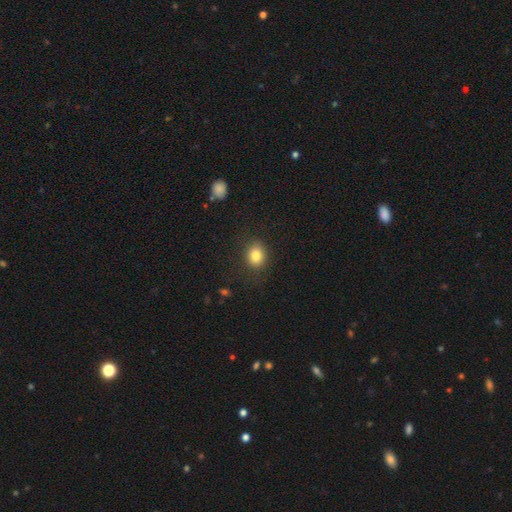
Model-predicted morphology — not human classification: smooth 83%, star or artifact 10%, featured or disk 7%. Down the decision tree: how rounded — round (60%); merging — none (84%).